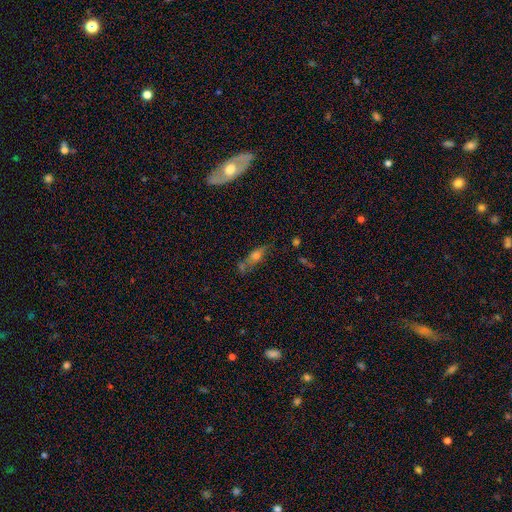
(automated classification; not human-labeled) Morphology: type=featured or disk (44%); merging=none (52%).